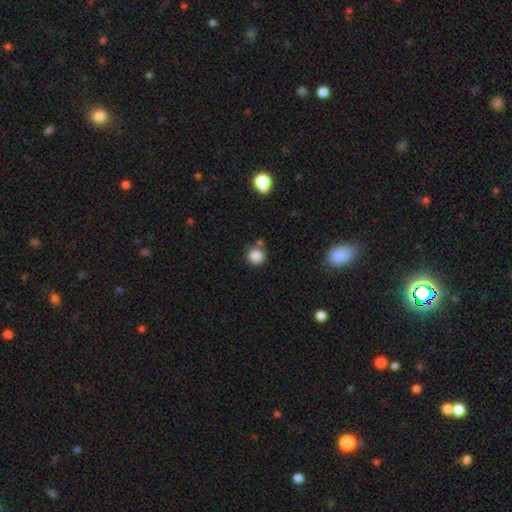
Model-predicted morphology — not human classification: Q: Smooth or featured?
A: smooth (85%); runner-up: star or artifact (11%)
Q: How rounded?
A: round (92%); runner-up: in between (7%)
Q: Merging?
A: none (76%); runner-up: minor disturbance (10%)